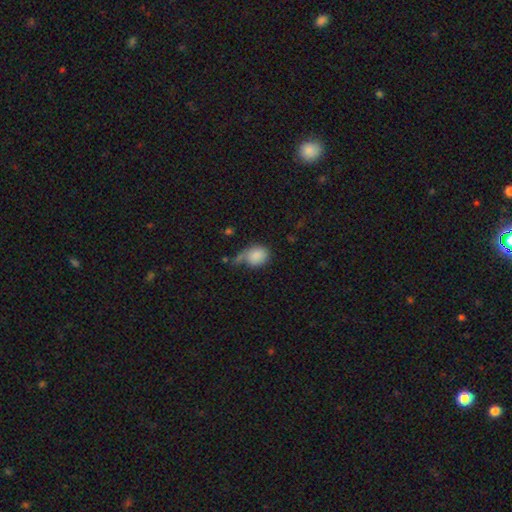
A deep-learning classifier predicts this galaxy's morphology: Smooth or featured?
  - smooth: 84% *
  - star or artifact: 8%
  - featured or disk: 8%
How rounded?
  - in between: 49% * (tied)
  - round: 49% * (tied)
  - cigar-shaped: 1%
Merging?
  - none: 41% *
  - minor disturbance: 28%
  - major disturbance: 18%
  - merger: 12%